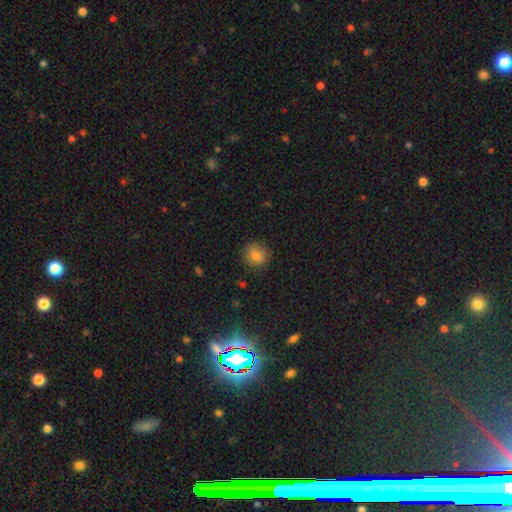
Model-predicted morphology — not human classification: Q: Smooth or featured?
A: smooth (79%); runner-up: star or artifact (12%)
Q: How rounded?
A: round (86%); runner-up: in between (13%)
Q: Merging?
A: none (83%); runner-up: minor disturbance (12%)